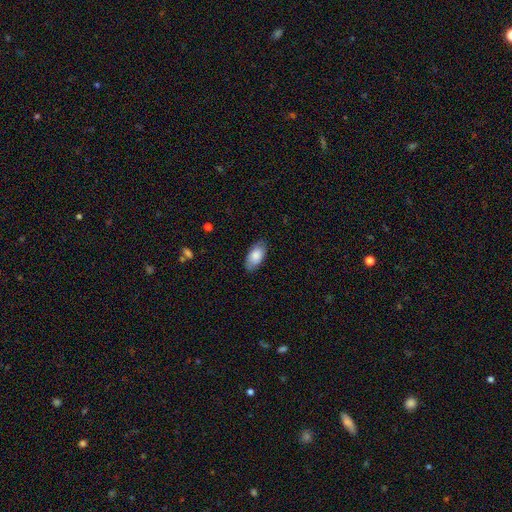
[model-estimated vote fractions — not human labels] Smooth or featured?
  - smooth: 84% *
  - featured or disk: 11%
  - star or artifact: 6%
How rounded?
  - in between: 94% *
  - cigar-shaped: 4%
  - round: 3%
Merging?
  - none: 83% *
  - minor disturbance: 13%
  - major disturbance: 3%
  - merger: 1%